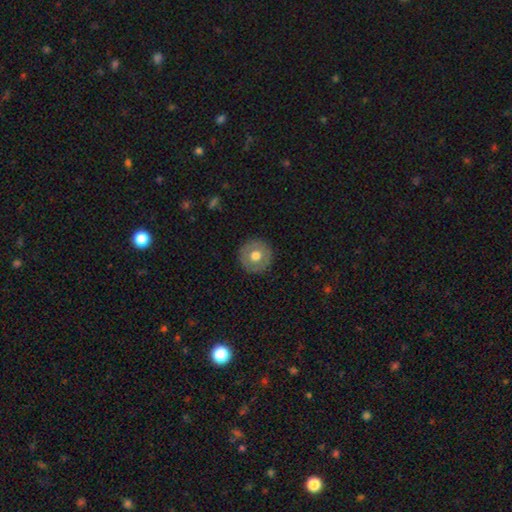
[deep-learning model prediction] A smooth galaxy with no disk features (63%) that is round (95%). Merging: none (90%).